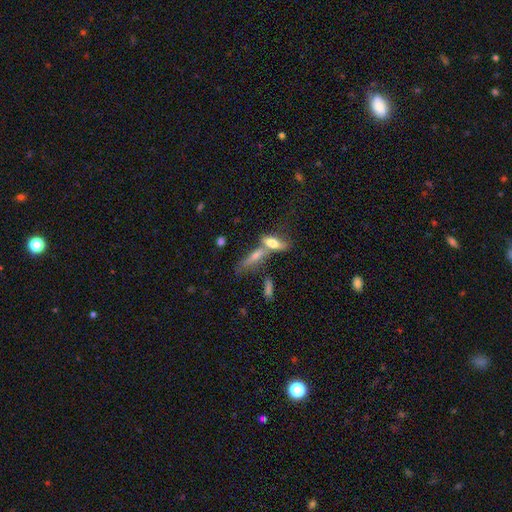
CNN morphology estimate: The model was most divided on "how rounded": cigar-shaped: 49%, in between: 48%, round: 4%. More confident: smooth or featured — smooth (61%); merging — merger (51%).